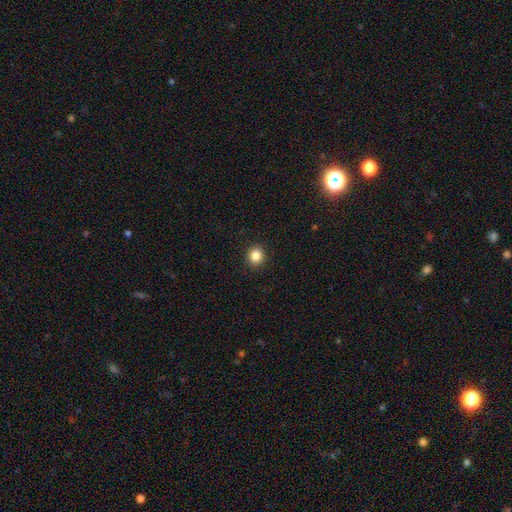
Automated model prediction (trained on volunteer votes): A smooth galaxy with no disk features (85%) that is round (88%).

Vote fractions:
- Smooth or featured? smooth: 85% / star or artifact: 11% / featured or disk: 4%
- How rounded? round: 88% / in between: 11% / cigar-shaped: 1%
- Merging? none: 93% / minor disturbance: 5% / major disturbance: 2% / merger: 1%